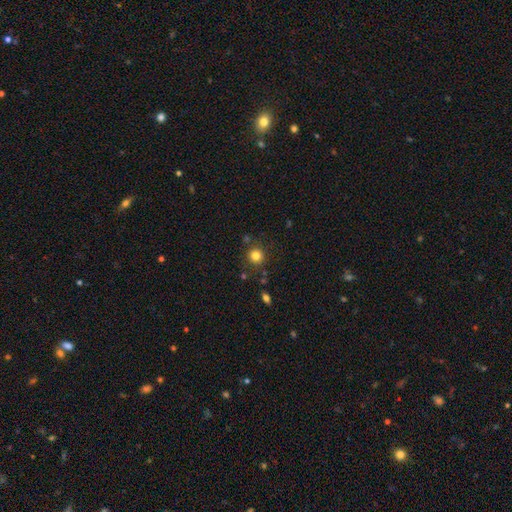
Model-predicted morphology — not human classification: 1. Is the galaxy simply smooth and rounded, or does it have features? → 82% smooth, 12% star or artifact, 6% featured or disk.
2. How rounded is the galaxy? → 93% round, 6% in between, 1% cigar-shaped.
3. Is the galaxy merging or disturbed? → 85% none, 8% minor disturbance, 4% merger, 3% major disturbance.